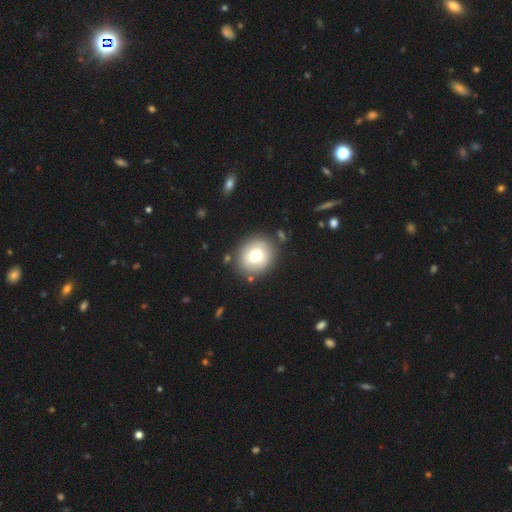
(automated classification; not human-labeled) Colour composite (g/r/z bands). It shows a smooth galaxy with no disk features (77%) that is round (76%). Merging: none (83%).